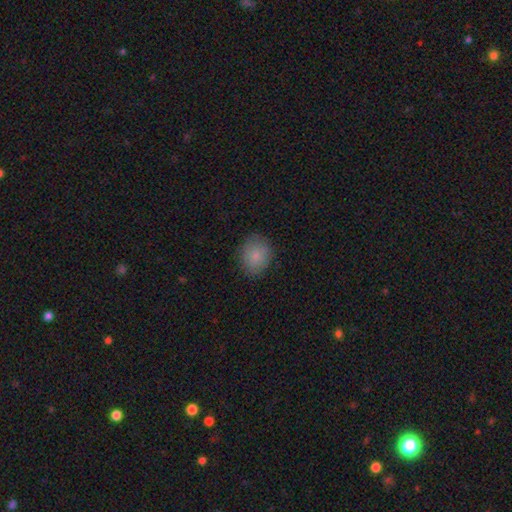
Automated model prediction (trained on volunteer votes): smooth 83%, featured or disk 9%, star or artifact 8%. Down the decision tree: how rounded — round (67%); merging — none (83%).